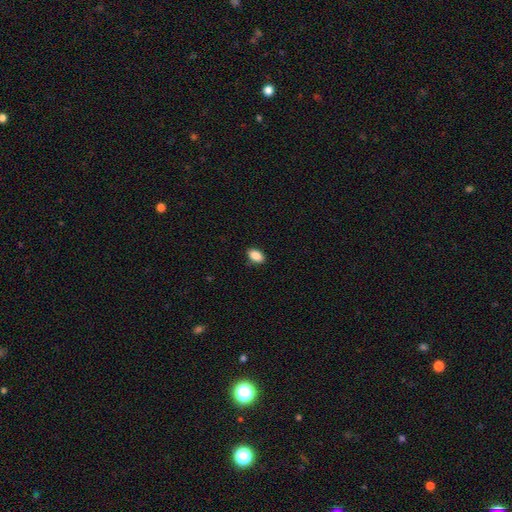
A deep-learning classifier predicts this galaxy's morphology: Smooth or featured?
  - smooth: 89% *
  - star or artifact: 8%
  - featured or disk: 3%
How rounded?
  - in between: 91% *
  - round: 7%
  - cigar-shaped: 2%
Merging?
  - none: 87% *
  - minor disturbance: 10%
  - major disturbance: 2%
  - merger: 1%